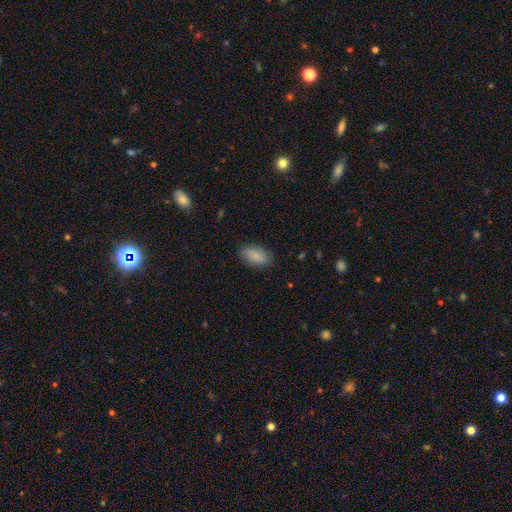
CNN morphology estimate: Smooth or featured: smooth — 87% (featured or disk — 7%)
How rounded: in between — 93% (cigar-shaped — 4%)
Merging: none — 85% (minor disturbance — 12%)